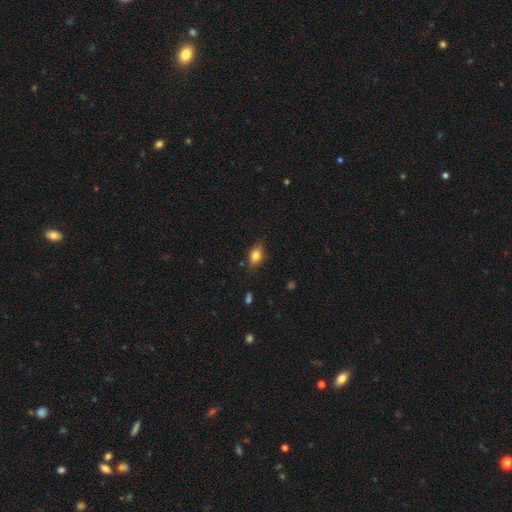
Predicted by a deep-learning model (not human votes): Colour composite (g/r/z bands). It shows a smooth galaxy with no disk features (77%) that is in between round and cigar-shaped (81%). Merging: none (80%).